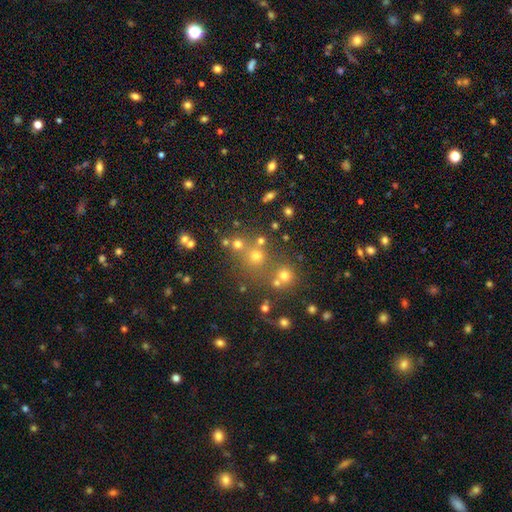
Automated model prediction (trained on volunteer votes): smooth 58%, star or artifact 30%, featured or disk 13%. Down the decision tree: how rounded — round (88%); merging — none (66%).